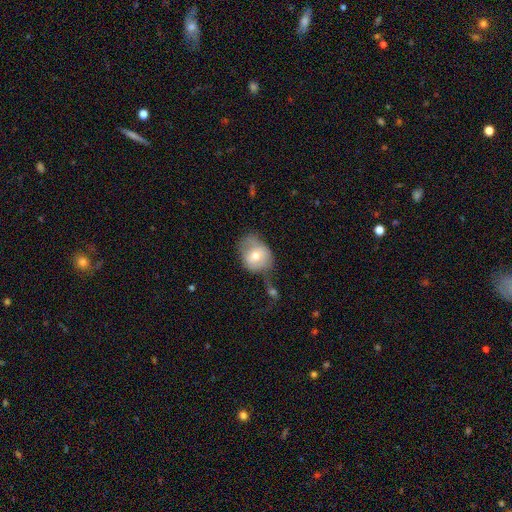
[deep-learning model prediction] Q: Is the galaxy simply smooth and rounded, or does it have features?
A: smooth — 63%.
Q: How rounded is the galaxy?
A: round — 51%.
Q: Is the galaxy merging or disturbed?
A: none — 35%.